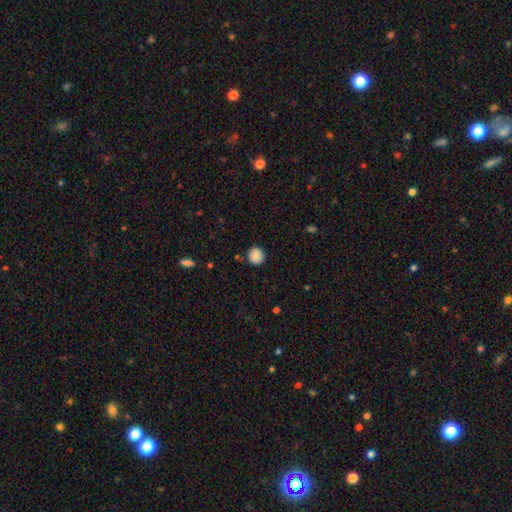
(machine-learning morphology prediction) Smooth or featured?
  - smooth: 87% *
  - star or artifact: 9%
  - featured or disk: 4%
How rounded?
  - round: 92% *
  - in between: 8%
  - cigar-shaped: 1%
Merging?
  - none: 86% *
  - minor disturbance: 10%
  - major disturbance: 2%
  - merger: 2%